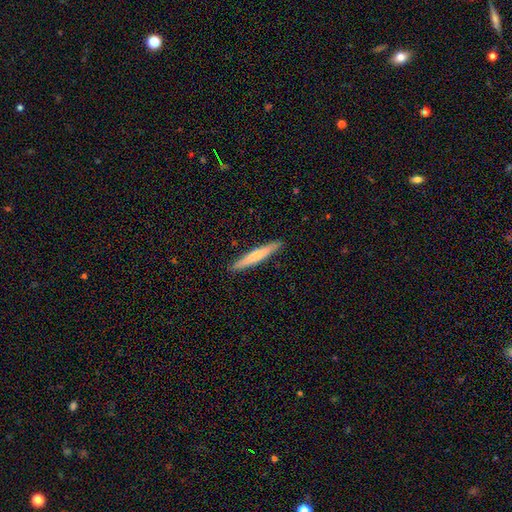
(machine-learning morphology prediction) type=smooth (64%); roundness=cigar-shaped (96%); merging=none (92%).